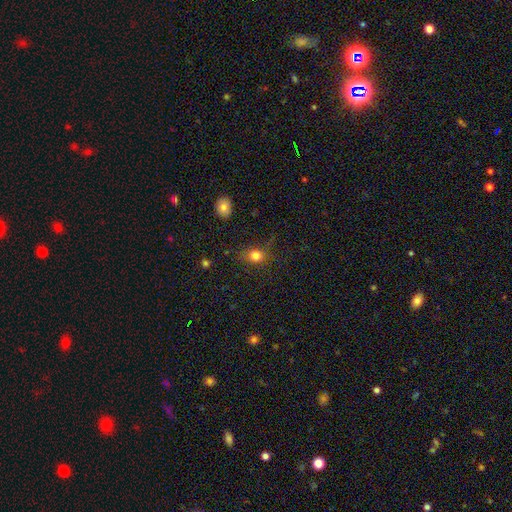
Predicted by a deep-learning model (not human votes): The model was most divided on "how rounded": round: 62%, in between: 37%, cigar-shaped: 2%. More confident: smooth or featured — smooth (80%); merging — none (75%).